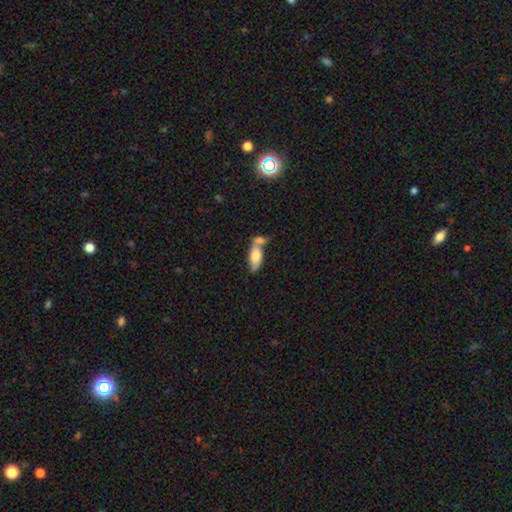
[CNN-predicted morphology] This is likely a smooth galaxy (71%). How rounded: clearly in between (81%). Merging: possibly merger (52%).